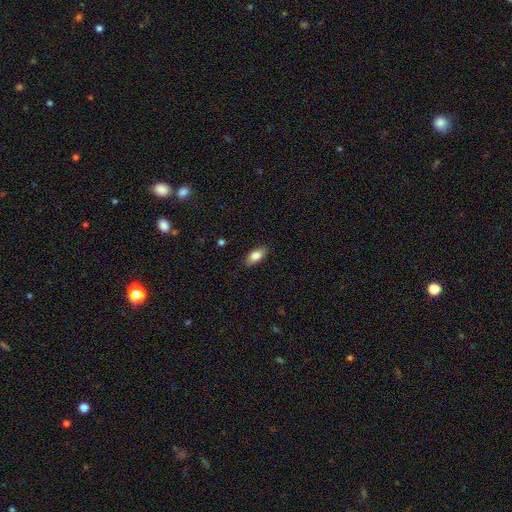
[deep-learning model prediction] This is clearly a smooth galaxy (81%). How rounded: clearly in between (88%). Merging: clearly none (87%).